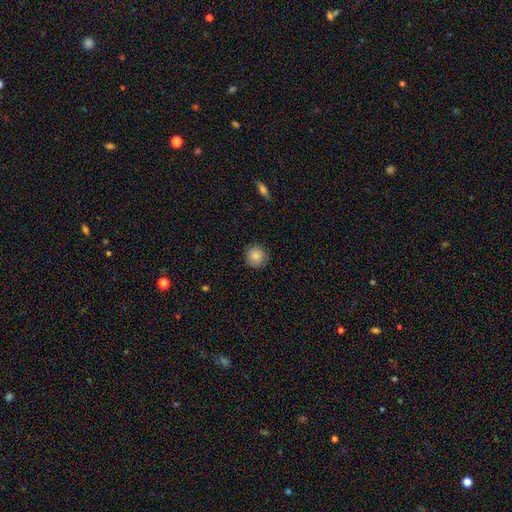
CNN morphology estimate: smooth_or_featured: smooth (p=0.84) [alt: star or artifact p=0.09]
how_rounded: round (p=0.93) [alt: in between p=0.06]
merging: none (p=0.87) [alt: minor disturbance p=0.10]